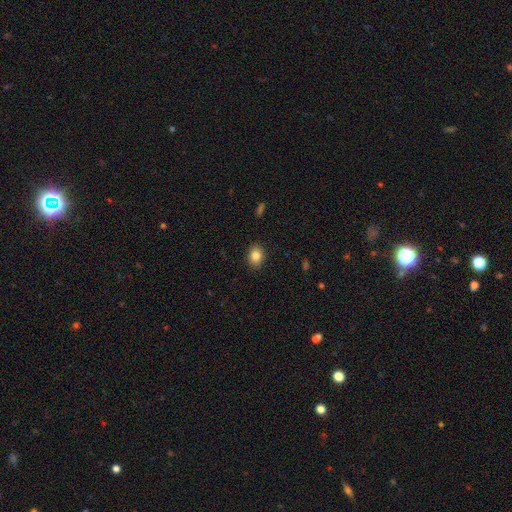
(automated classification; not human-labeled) The model was most divided on "how rounded": in between: 62%, round: 37%, cigar-shaped: 1%. More confident: merging — none (88%); smooth or featured — smooth (84%).